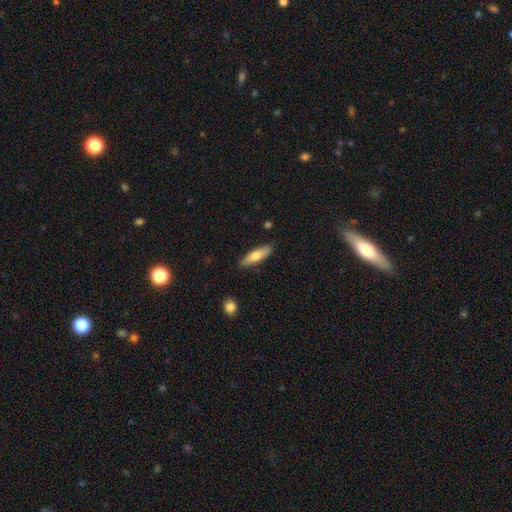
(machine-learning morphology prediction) smooth 71%, featured or disk 24%, star or artifact 6%. Down the decision tree: how rounded — cigar-shaped (59%); merging — none (85%).